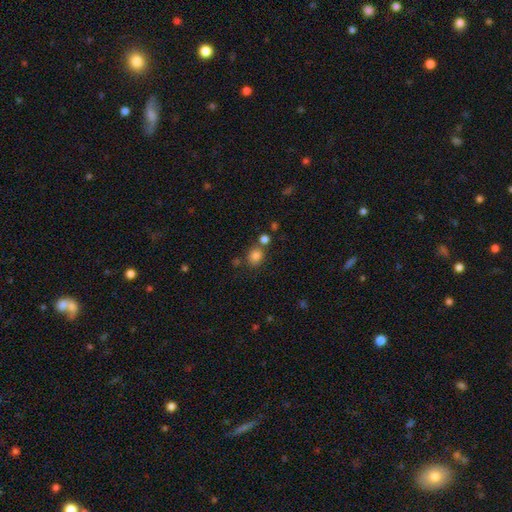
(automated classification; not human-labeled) Smooth or featured: smooth — 83% (star or artifact — 12%)
How rounded: round — 71% (in between — 28%)
Merging: none — 71% (merger — 15%)